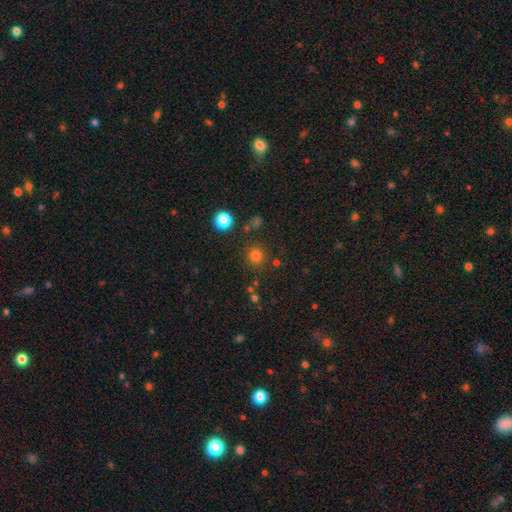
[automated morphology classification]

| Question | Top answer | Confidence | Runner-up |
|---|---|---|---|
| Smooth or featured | smooth | 78% | star or artifact (17%) |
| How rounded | round | 92% | in between (7%) |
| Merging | none | 85% | minor disturbance (7%) |